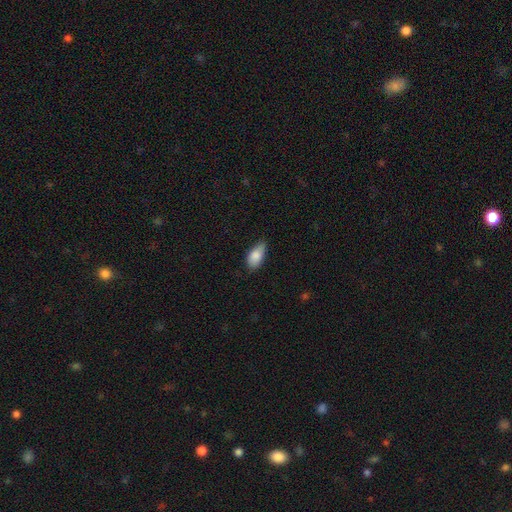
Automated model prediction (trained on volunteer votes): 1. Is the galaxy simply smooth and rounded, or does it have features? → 83% smooth, 10% featured or disk, 7% star or artifact.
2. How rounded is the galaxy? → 91% in between, 5% cigar-shaped, 4% round.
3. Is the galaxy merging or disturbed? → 56% none, 36% minor disturbance, 6% major disturbance, 2% merger.